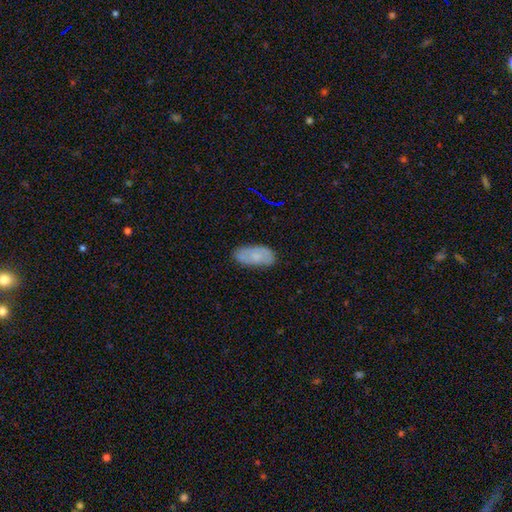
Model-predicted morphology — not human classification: A smooth galaxy with no disk features (67%) that is in between round and cigar-shaped (90%).

Vote fractions:
- Smooth or featured? smooth: 67% / featured or disk: 25% / star or artifact: 9%
- How rounded? in between: 90% / cigar-shaped: 7% / round: 3%
- Merging? none: 77% / minor disturbance: 17% / major disturbance: 4% / merger: 1%